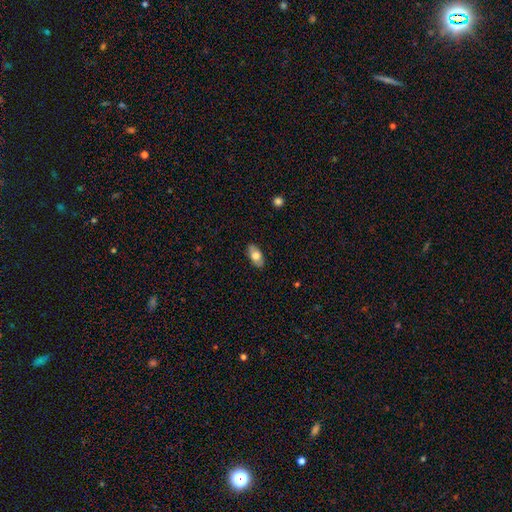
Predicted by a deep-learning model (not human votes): This appears to be a smooth galaxy with no disk features (70%) that is in between round and cigar-shaped (92%). Merging: none (87%).